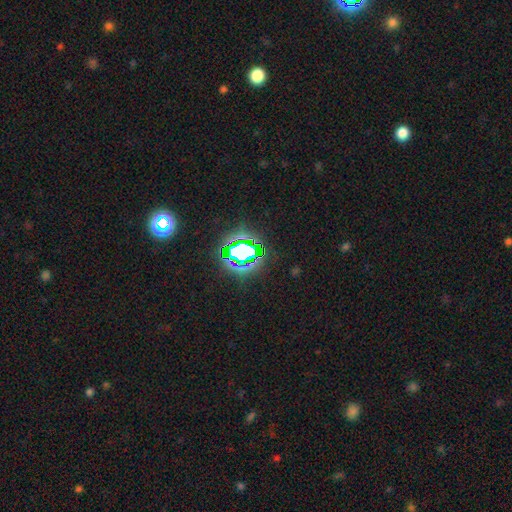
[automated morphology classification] star or artifact 81%, smooth 12%, featured or disk 7%.